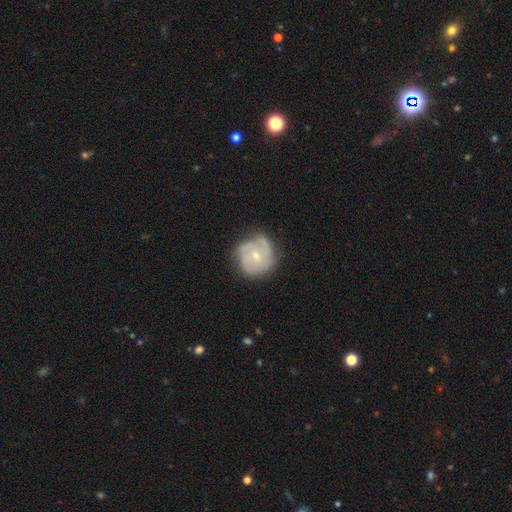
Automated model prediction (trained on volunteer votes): This is possibly a featured or disk galaxy (60%). It is clearly not viewed edge-on (98%). Bar: likely no (67%). Spiral arm pattern: likely yes (78%). Central bulge: possibly small (58%). Merging: likely none (60%).